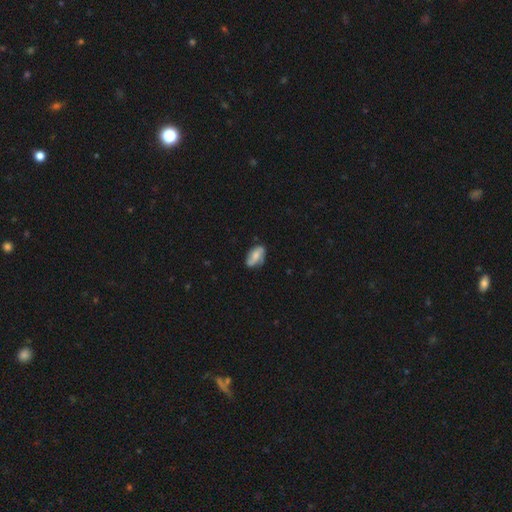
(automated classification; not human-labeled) This appears to be a smooth galaxy with no disk features (48%). Merging: none (69%).